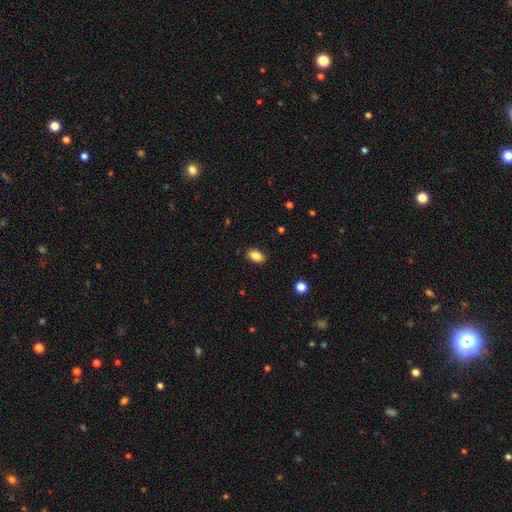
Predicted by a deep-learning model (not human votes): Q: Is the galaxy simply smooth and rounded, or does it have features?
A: smooth — 86%.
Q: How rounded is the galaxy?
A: in between — 91%.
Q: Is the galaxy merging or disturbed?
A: none — 89%.